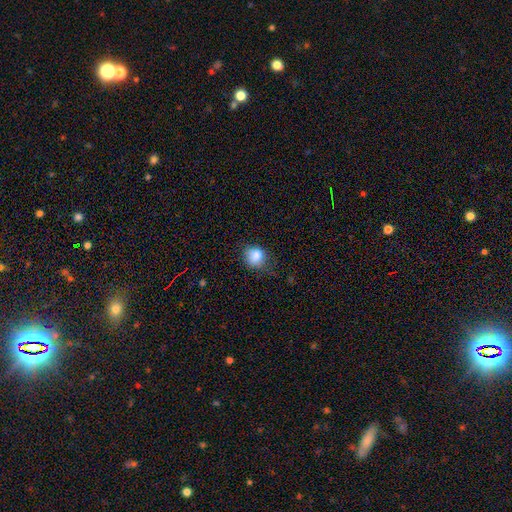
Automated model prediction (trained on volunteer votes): smooth_or_featured: smooth (p=0.84) [alt: star or artifact p=0.09]
how_rounded: round (p=0.73) [alt: in between p=0.26]
merging: none (p=0.65) [alt: minor disturbance p=0.25]